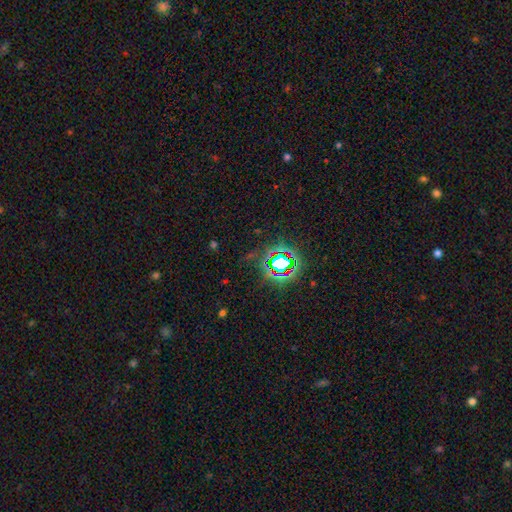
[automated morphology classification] smooth-or-featured: star or artifact: 79% | smooth: 13% | featured or disk: 8%